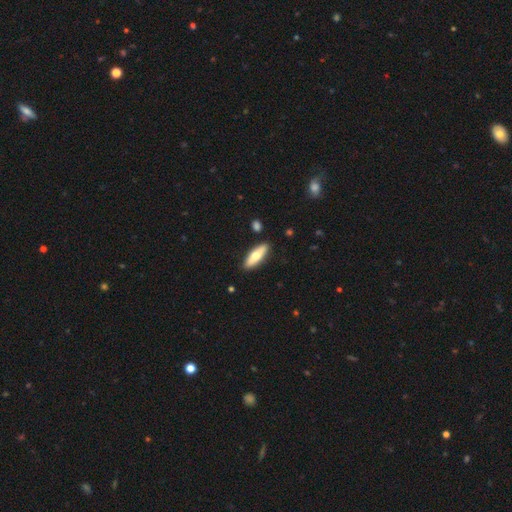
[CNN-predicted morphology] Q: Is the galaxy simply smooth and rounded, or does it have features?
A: smooth — 64%.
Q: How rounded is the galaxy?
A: in between — 52%.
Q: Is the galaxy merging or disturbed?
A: none — 88%.